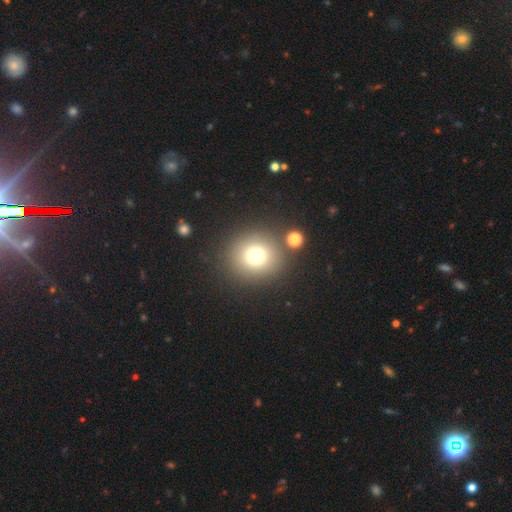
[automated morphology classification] Smooth or featured? Predicted: smooth (p=0.74). How rounded? Predicted: round (p=0.89). Merging? Predicted: none (p=0.83).